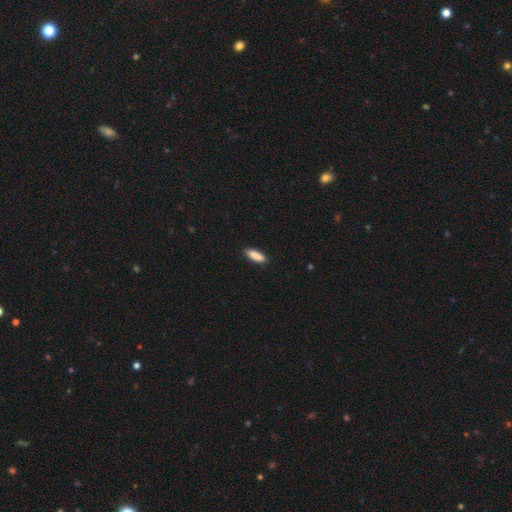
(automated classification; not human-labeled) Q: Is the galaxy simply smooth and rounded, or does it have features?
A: smooth — 89%.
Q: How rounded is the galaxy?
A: in between — 60%.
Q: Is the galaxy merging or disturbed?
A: none — 89%.